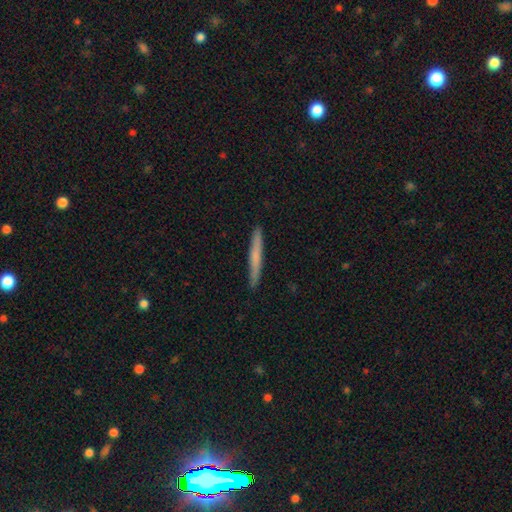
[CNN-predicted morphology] type=smooth (61%); roundness=cigar-shaped (97%); merging=none (91%).